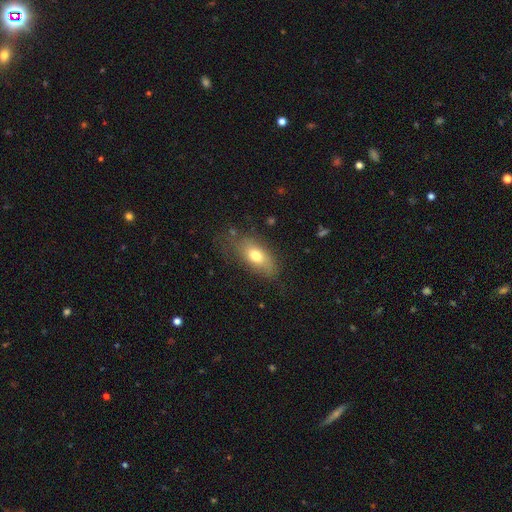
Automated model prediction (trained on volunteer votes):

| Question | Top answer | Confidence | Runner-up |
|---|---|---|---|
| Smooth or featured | smooth | 71% | featured or disk (20%) |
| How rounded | in between | 83% | cigar-shaped (10%) |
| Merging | none | 67% | minor disturbance (22%) |